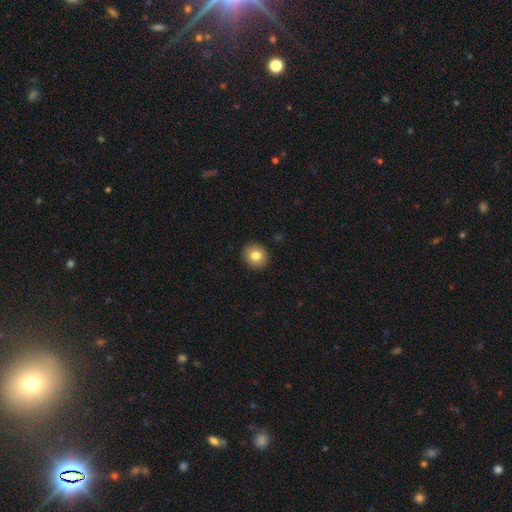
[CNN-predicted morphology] A smooth galaxy with no disk features (81%) that is round (83%).

Vote fractions:
- Smooth or featured? smooth: 81% / featured or disk: 10% / star or artifact: 9%
- How rounded? round: 83% / in between: 16% / cigar-shaped: 1%
- Merging? none: 92% / minor disturbance: 5% / major disturbance: 2% / merger: 1%